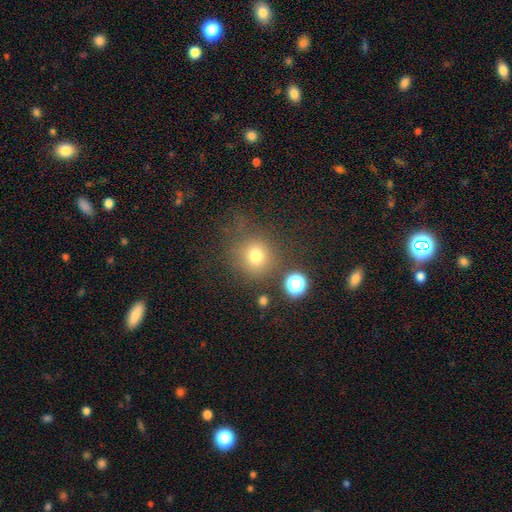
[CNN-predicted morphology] Smooth or featured?
  - smooth: 74% *
  - star or artifact: 17%
  - featured or disk: 9%
How rounded?
  - round: 91% *
  - in between: 8%
  - cigar-shaped: 1%
Merging?
  - none: 74% *
  - minor disturbance: 13%
  - major disturbance: 7%
  - merger: 6%